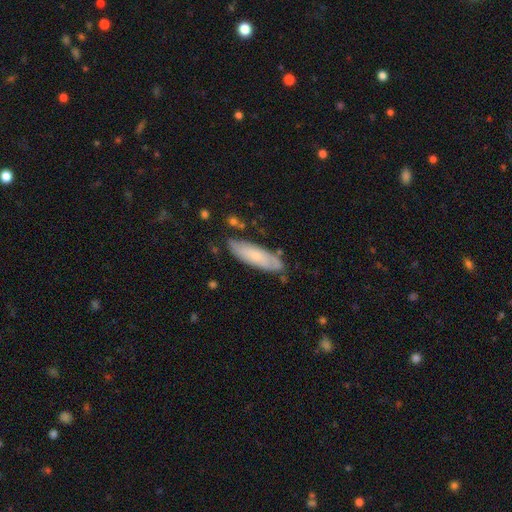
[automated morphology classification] Q: Smooth or featured?
A: smooth (60%); runner-up: featured or disk (33%)
Q: How rounded?
A: cigar-shaped (52%); runner-up: in between (46%)
Q: Merging?
A: none (76%); runner-up: minor disturbance (17%)